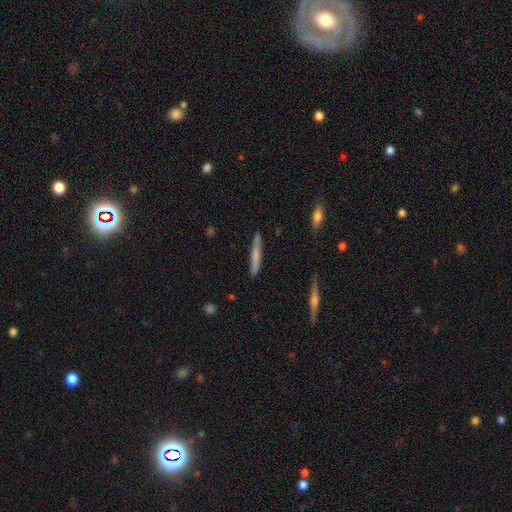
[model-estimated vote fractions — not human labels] A smooth galaxy with no disk features (57%) that is cigar-shaped (94%). Merging: none (87%).